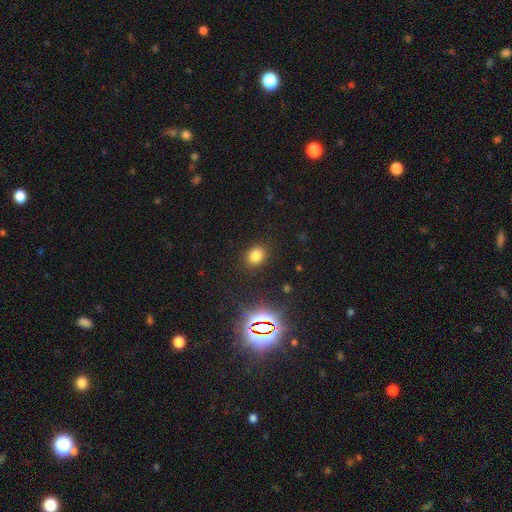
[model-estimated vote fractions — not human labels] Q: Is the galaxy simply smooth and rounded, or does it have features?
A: smooth — 76%.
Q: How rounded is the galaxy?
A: in between — 52%.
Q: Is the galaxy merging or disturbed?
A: none — 87%.